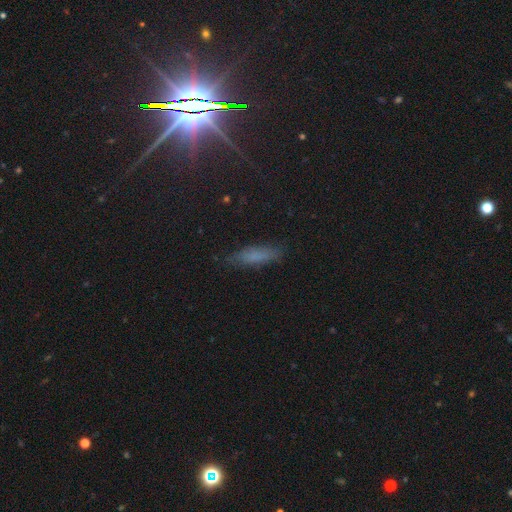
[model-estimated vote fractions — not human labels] The model was most divided on "how rounded": cigar-shaped: 59%, in between: 38%, round: 3%. More confident: merging — none (75%); smooth or featured — smooth (63%).